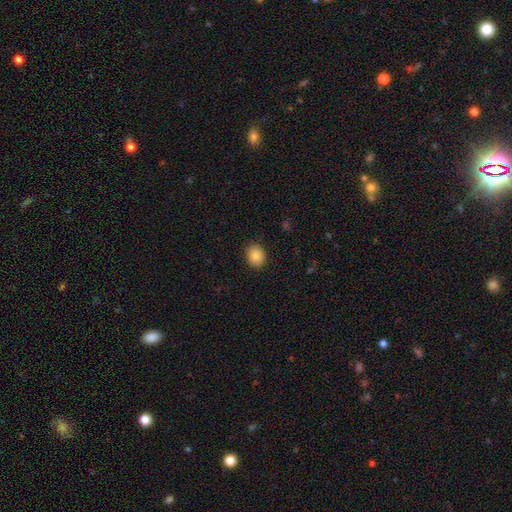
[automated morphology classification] Q: Smooth or featured?
A: smooth (86%); runner-up: star or artifact (8%)
Q: How rounded?
A: in between (52%); runner-up: round (47%)
Q: Merging?
A: none (89%); runner-up: minor disturbance (8%)